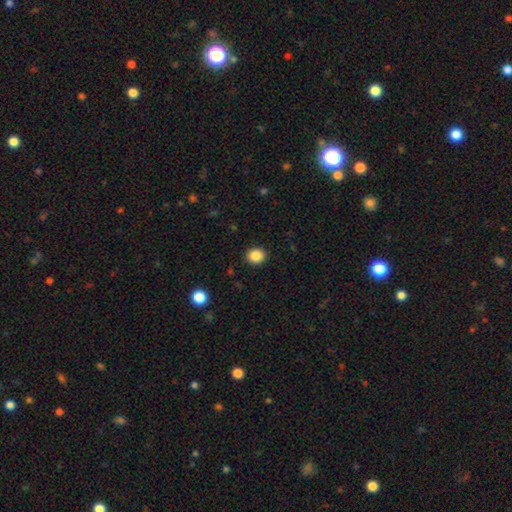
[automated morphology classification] A smooth galaxy with no disk features (87%) that is round (83%). Merging: none (91%).